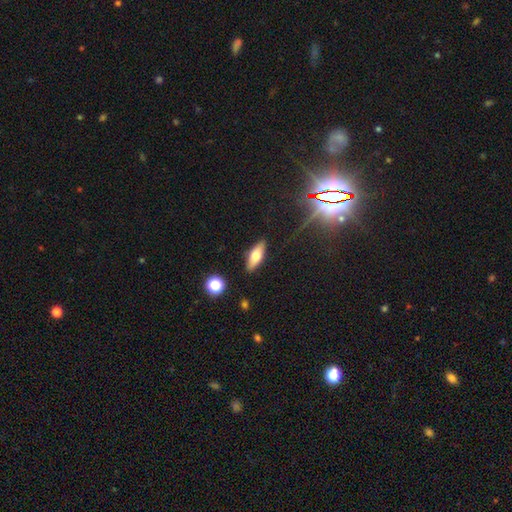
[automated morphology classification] smooth 63%, featured or disk 29%, star or artifact 8%. Down the decision tree: how rounded — in between (66%); merging — none (86%).